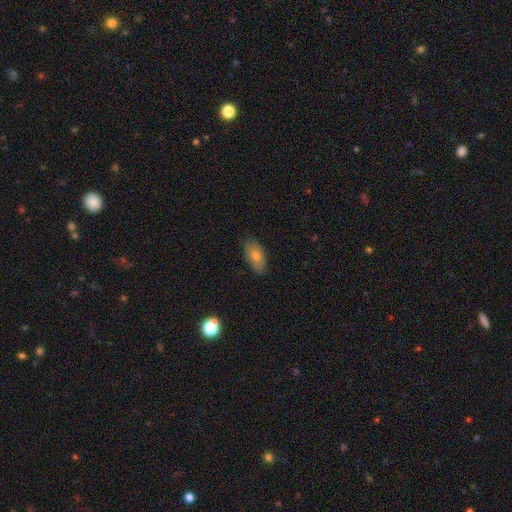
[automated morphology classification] Smooth or featured: smooth — 73% (featured or disk — 19%)
How rounded: in between — 88% (cigar-shaped — 8%)
Merging: none — 83% (minor disturbance — 14%)